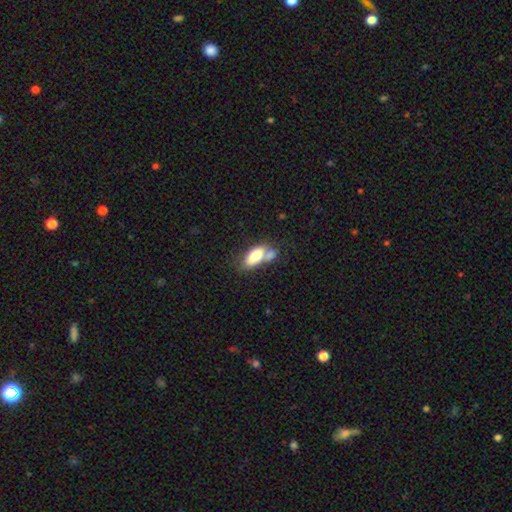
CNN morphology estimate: smooth_or_featured: smooth (p=0.74) [alt: featured or disk p=0.19]
how_rounded: in between (p=0.83) [alt: cigar-shaped p=0.14]
merging: merger (p=0.41) [alt: none p=0.36]